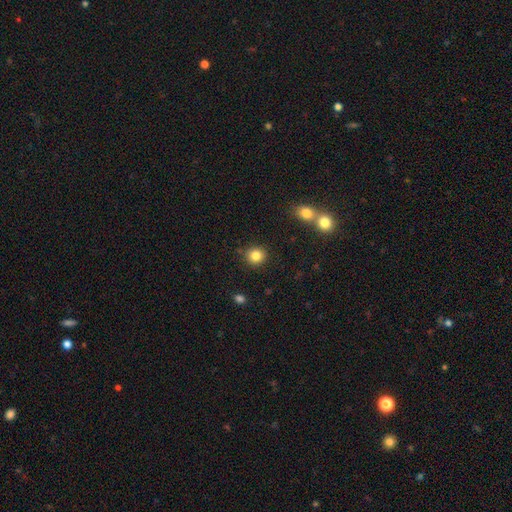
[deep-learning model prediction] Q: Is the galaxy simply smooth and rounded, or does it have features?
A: smooth — 84%.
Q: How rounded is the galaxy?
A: round — 88%.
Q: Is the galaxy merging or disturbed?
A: none — 88%.